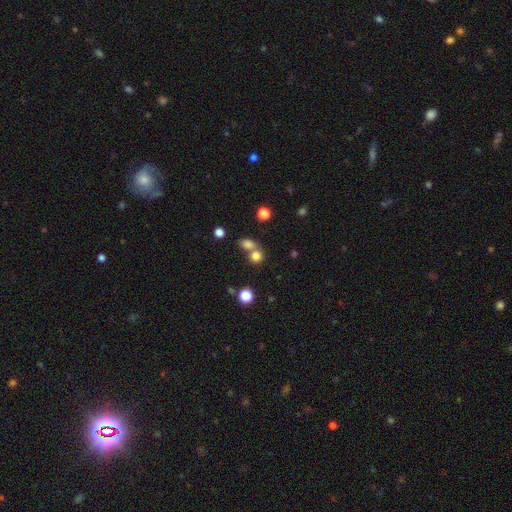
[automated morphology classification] A smooth galaxy with no disk features (78%) that is round (73%). Merging: none (47%).